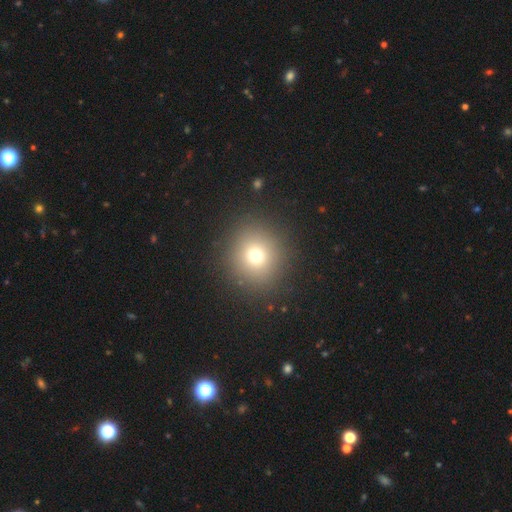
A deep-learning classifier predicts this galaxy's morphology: smooth-or-featured: smooth: 71% | star or artifact: 18% | featured or disk: 11%
  how-rounded: round: 91% | in between: 8% | cigar-shaped: 1%
  merging: none: 89% | minor disturbance: 6% | major disturbance: 4% | merger: 1%